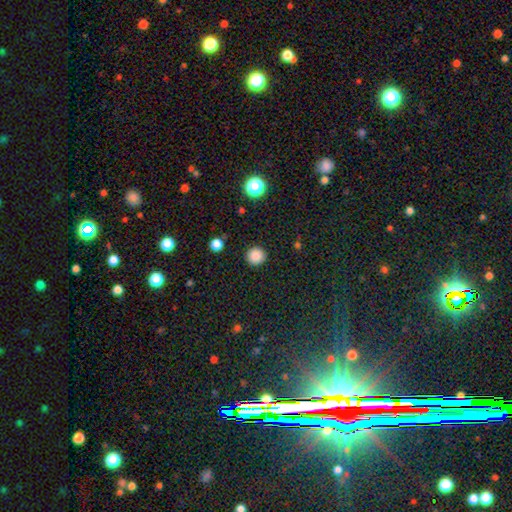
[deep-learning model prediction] Q: Smooth or featured?
A: smooth (86%); runner-up: star or artifact (11%)
Q: How rounded?
A: round (96%); runner-up: in between (3%)
Q: Merging?
A: none (92%); runner-up: minor disturbance (5%)